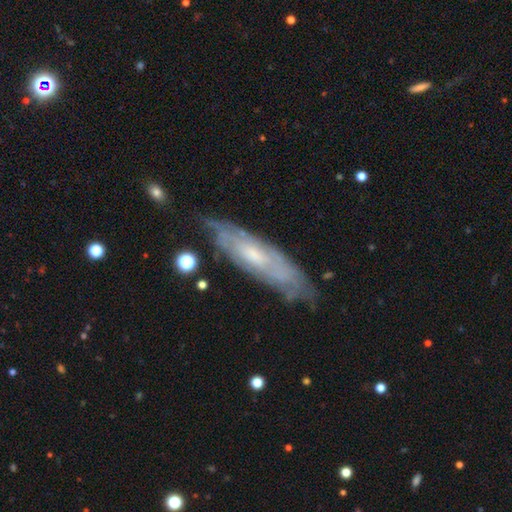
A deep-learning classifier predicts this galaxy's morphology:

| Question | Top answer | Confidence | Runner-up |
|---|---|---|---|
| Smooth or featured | featured or disk | 70% | smooth (22%) |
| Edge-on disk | no | 68% | yes (32%) |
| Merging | none | 70% | minor disturbance (21%) |